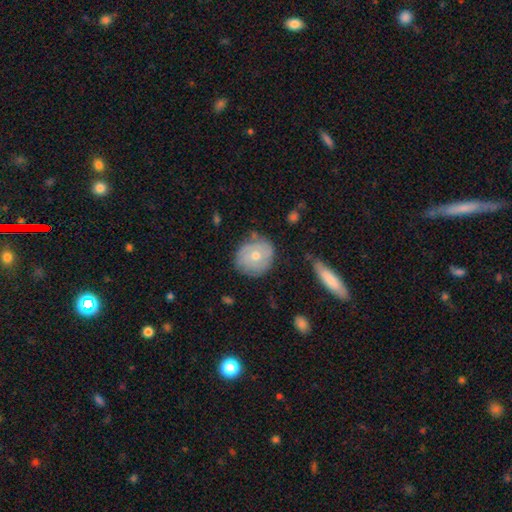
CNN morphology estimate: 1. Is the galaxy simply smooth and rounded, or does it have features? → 47% smooth, 46% featured or disk, 7% star or artifact.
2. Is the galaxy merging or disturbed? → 71% none, 22% minor disturbance, 5% major disturbance, 2% merger.